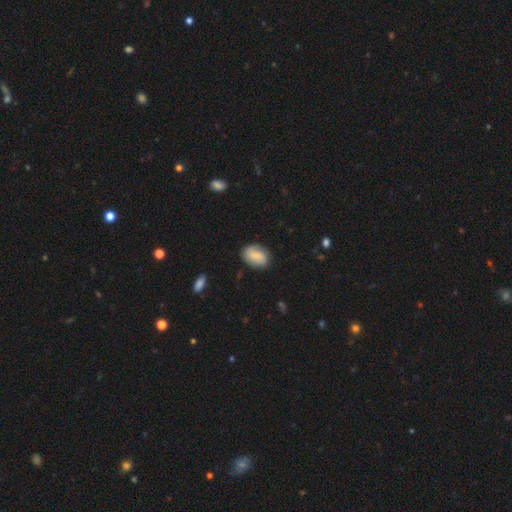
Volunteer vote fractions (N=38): Volunteers were most divided on "smooth or featured": smooth: 63%, featured or disk: 34%, star or artifact: 3%. More confident: how rounded — in between (75%); merging — none (65%).